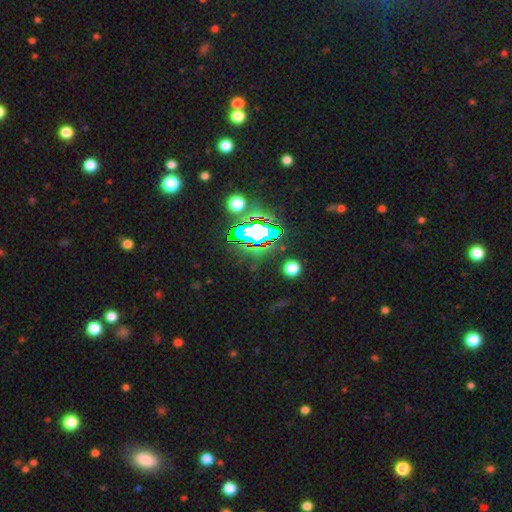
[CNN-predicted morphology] Overall: star or artifact (80%).